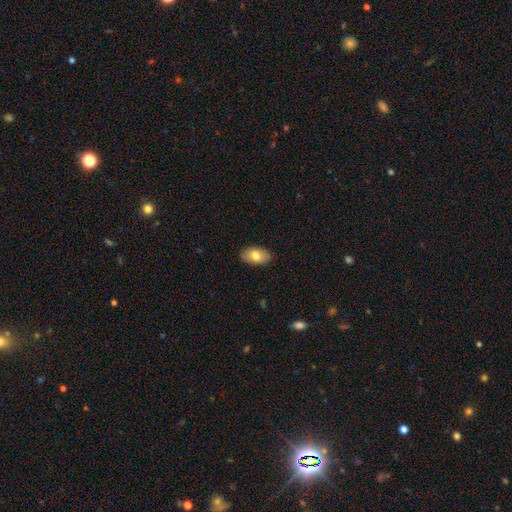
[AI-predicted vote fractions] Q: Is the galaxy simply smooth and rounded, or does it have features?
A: smooth — 78%.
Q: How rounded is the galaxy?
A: in between — 93%.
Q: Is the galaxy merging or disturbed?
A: none — 87%.